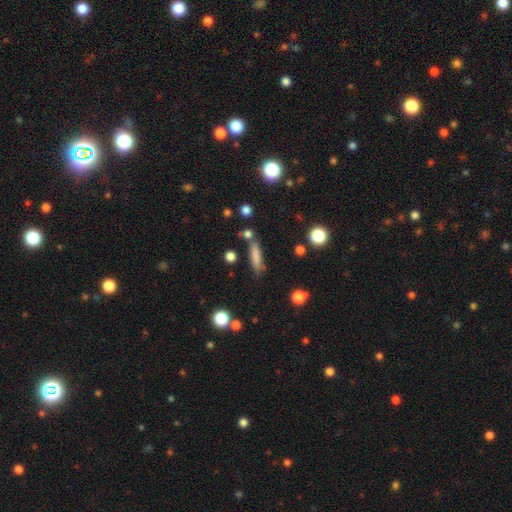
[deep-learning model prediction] This appears to be a smooth galaxy with no disk features (78%) that is cigar-shaped (75%). Merging: none (73%).